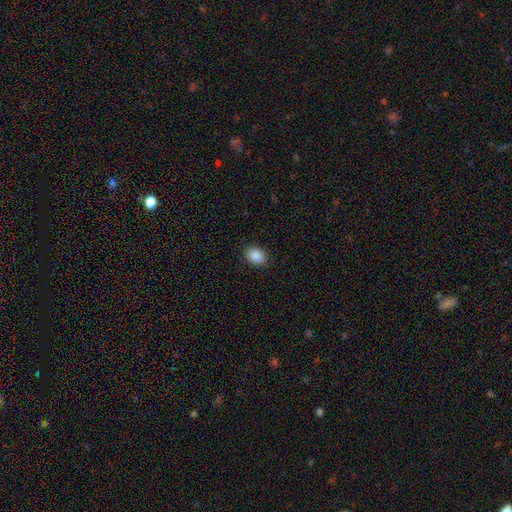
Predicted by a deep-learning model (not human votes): This appears to be a smooth galaxy with no disk features (89%) that is in between round and cigar-shaped (55%). Merging: none (89%).